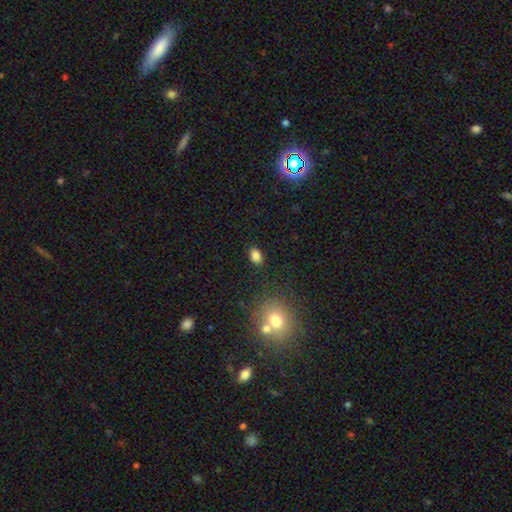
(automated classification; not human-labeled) smooth-or-featured: smooth: 84% | star or artifact: 12% | featured or disk: 5%
  how-rounded: in between: 81% | round: 18% | cigar-shaped: 1%
  merging: none: 86% | minor disturbance: 9% | major disturbance: 3% | merger: 2%